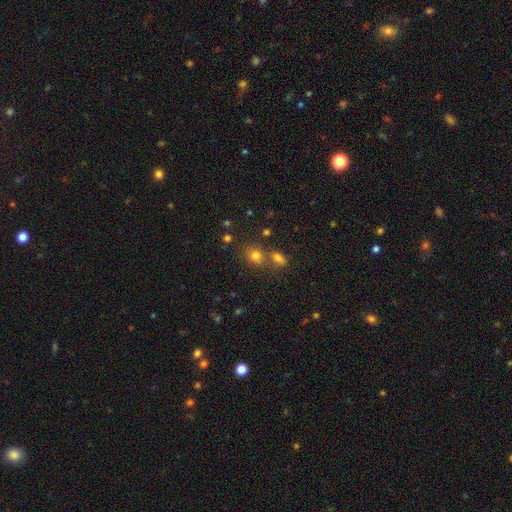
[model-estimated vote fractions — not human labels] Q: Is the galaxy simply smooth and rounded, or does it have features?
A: smooth — 75%.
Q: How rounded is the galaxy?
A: round — 66%.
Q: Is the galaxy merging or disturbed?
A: none — 57%.